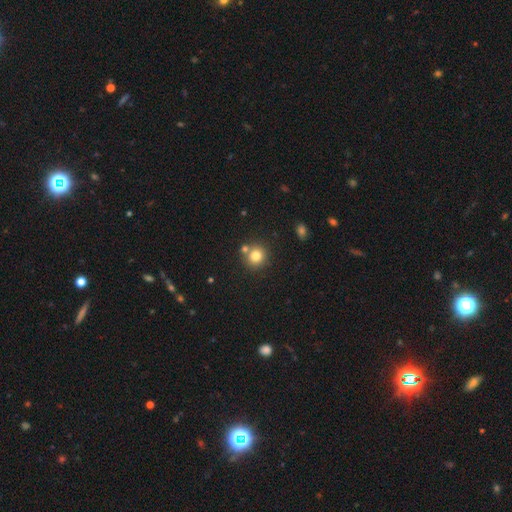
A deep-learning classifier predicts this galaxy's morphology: Smooth or featured: smooth — 79% (star or artifact — 12%)
How rounded: round — 89% (in between — 10%)
Merging: none — 71% (merger — 19%)